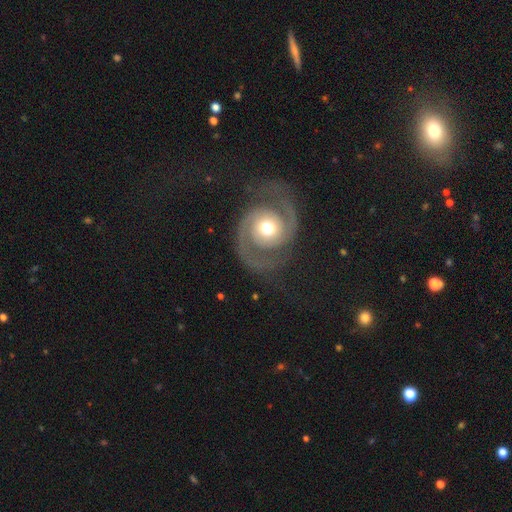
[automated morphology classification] smooth_or_featured: featured or disk (p=0.90) [alt: star or artifact p=0.06]
disk_edge_on: no (p=0.98) [alt: yes p=0.02]
bar: no (p=0.63) [alt: weak p=0.25]
has_spiral_arms: yes (p=0.97) [alt: no p=0.03]
spiral_winding: medium (p=0.52) [alt: tight p=0.33]
spiral_arm_count: 2 (p=0.94) [alt: can't tell p=0.02]
bulge_size: moderate (p=0.71) [alt: small p=0.15]
merging: none (p=0.77) [alt: minor disturbance p=0.12]